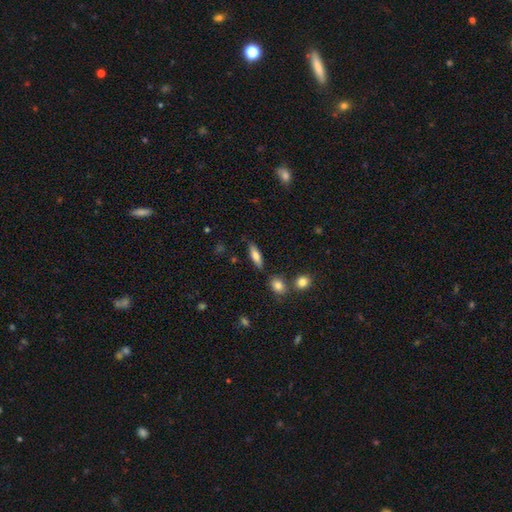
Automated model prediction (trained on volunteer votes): Smooth or featured? smooth (72%)
How rounded? in between (53%)
Merging? none (81%)